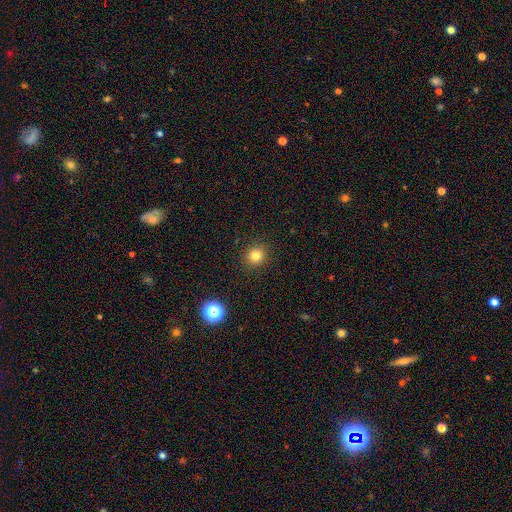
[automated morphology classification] Smooth or featured? Predicted: smooth (p=0.80). How rounded? Predicted: round (p=0.88). Merging? Predicted: none (p=0.91).